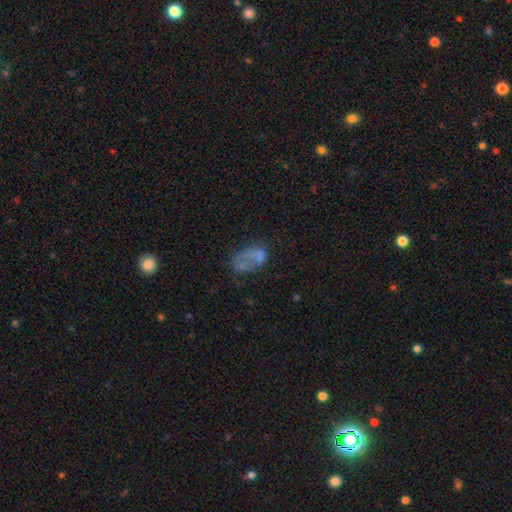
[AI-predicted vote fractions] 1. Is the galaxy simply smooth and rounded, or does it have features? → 51% smooth, 34% featured or disk, 14% star or artifact.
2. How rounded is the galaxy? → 85% in between, 14% round, 2% cigar-shaped.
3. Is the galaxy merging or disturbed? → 34% major disturbance, 30% none, 22% minor disturbance, 15% merger.